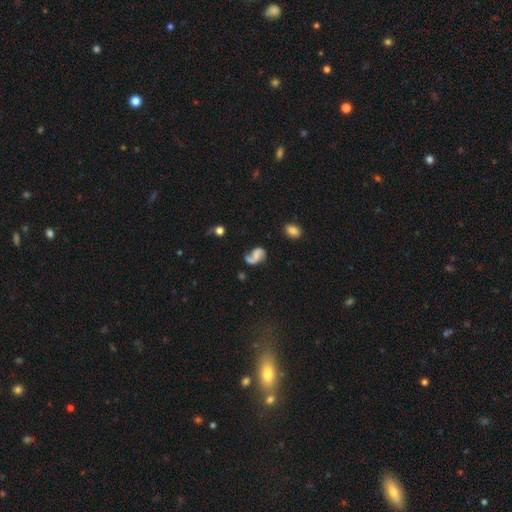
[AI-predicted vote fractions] The model was most divided on "bar": no: 53%, weak: 34%, strong: 12%. More confident: edge-on disk — no (98%); spiral arms — yes (92%); spiral arm count — 2 (73%); smooth or featured — featured or disk (71%); spiral winding — loose (61%); bulge size — none (58%); merging — none (55%).